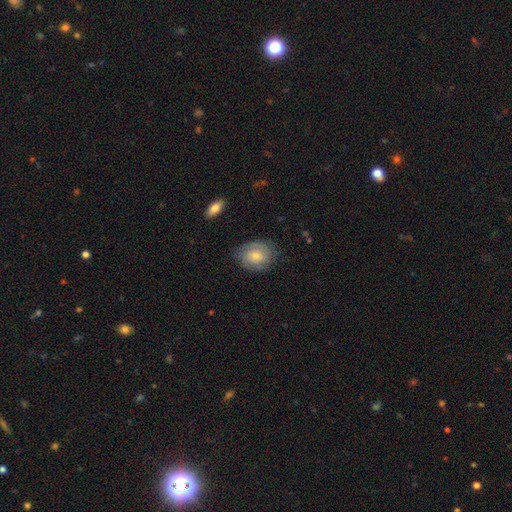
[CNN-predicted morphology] Smooth or featured? featured or disk (52%)
Edge-on disk? no (96%)
Merging? none (75%)